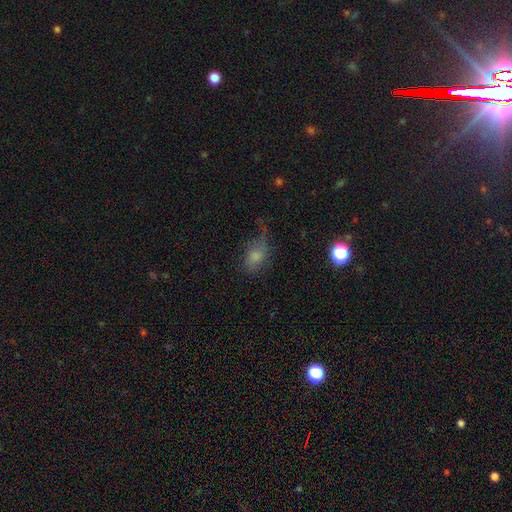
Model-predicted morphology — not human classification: Smooth or featured? smooth (68%)
How rounded? in between (74%)
Merging? none (36%)